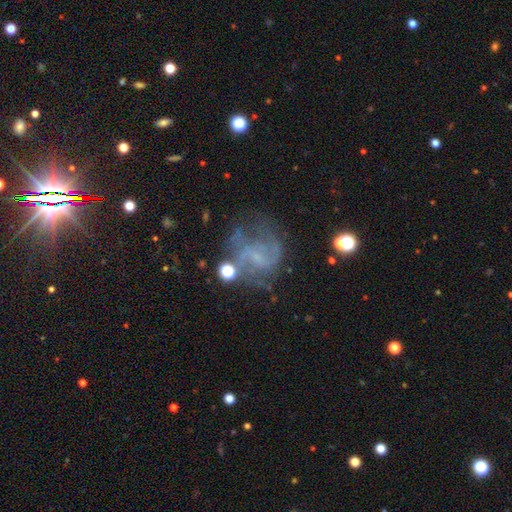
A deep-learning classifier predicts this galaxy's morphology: Overall: featured or disk (68%). Edge-on disk: no (98%). Bar: no (51%; weak 39%). Spiral arms: yes (76%). Spiral arm count: 2 (46%; can't tell 29%). Spiral winding: medium (44%; loose 34%). Bulge size: none (44%; small 43%). Merging: none (47%; major disturbance 26%).